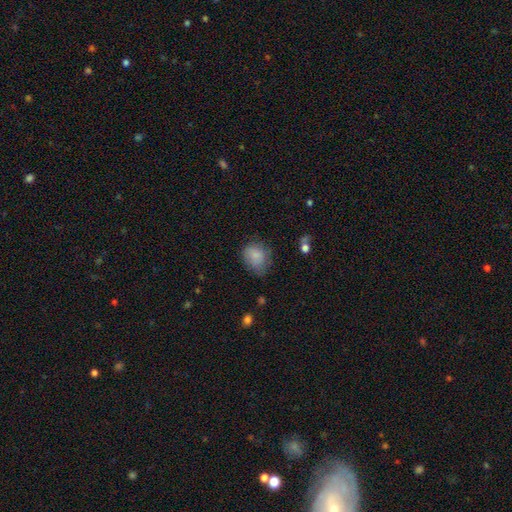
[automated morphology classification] This appears to be a smooth galaxy with no disk features (82%) that is in between round and cigar-shaped (51%). Merging: none (54%).